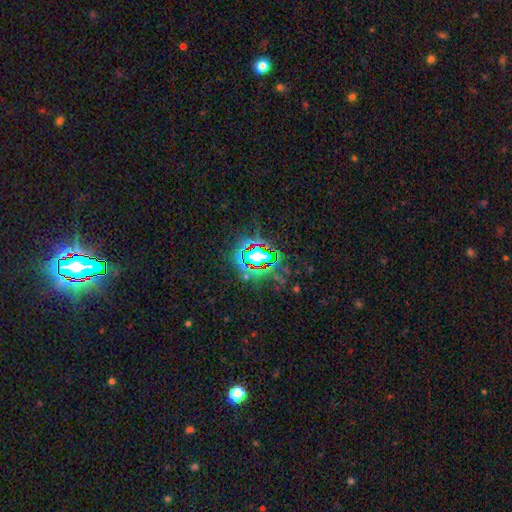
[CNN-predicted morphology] A star or artifact, not a galaxy (71%).